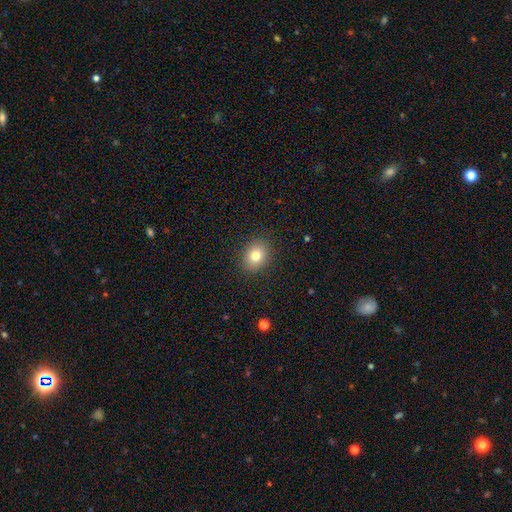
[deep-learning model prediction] A smooth galaxy with no disk features (79%) that is round (58%). Merging: none (89%).